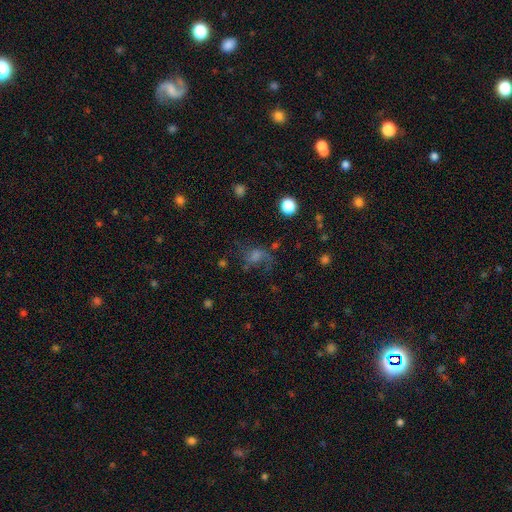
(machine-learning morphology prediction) Smooth or featured? smooth (46%)
Merging? none (41%)